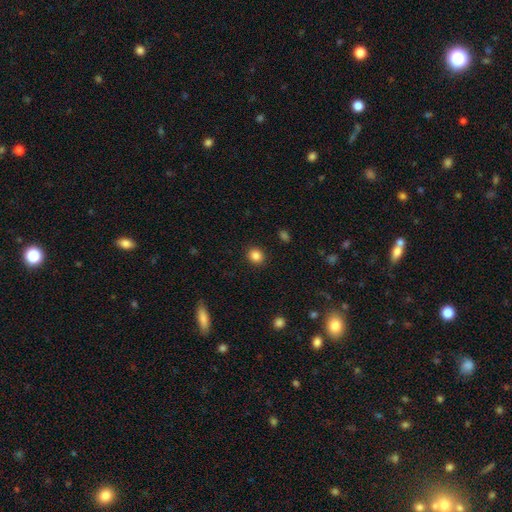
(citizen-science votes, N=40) Overall: smooth (85%). How rounded: round (88%). Merging: none (92%).